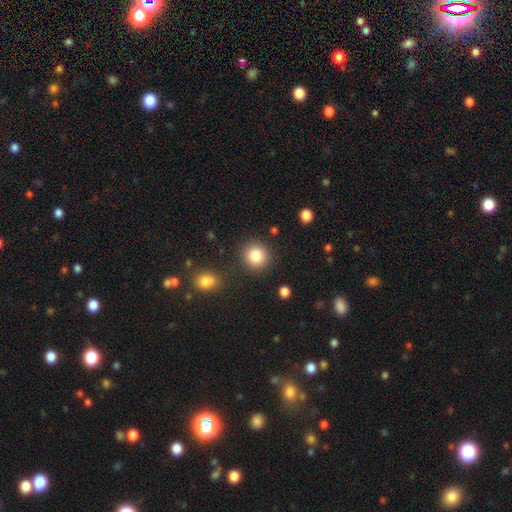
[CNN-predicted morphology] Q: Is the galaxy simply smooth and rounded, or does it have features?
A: smooth — 83%.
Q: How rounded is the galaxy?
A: round — 90%.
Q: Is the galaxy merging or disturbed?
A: none — 86%.